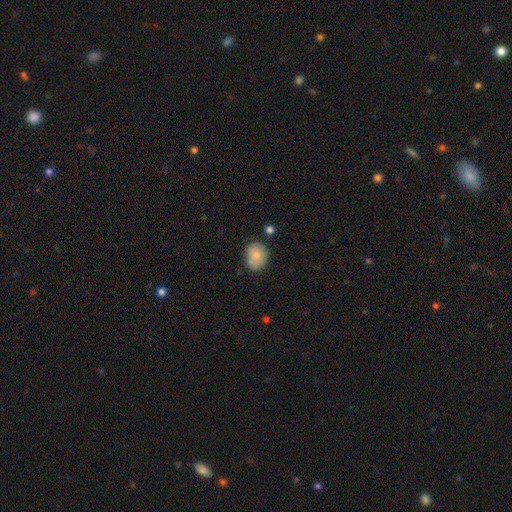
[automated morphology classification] Smooth or featured? Predicted: smooth (p=0.78). How rounded? Predicted: round (p=0.51). Merging? Predicted: none (p=0.68).